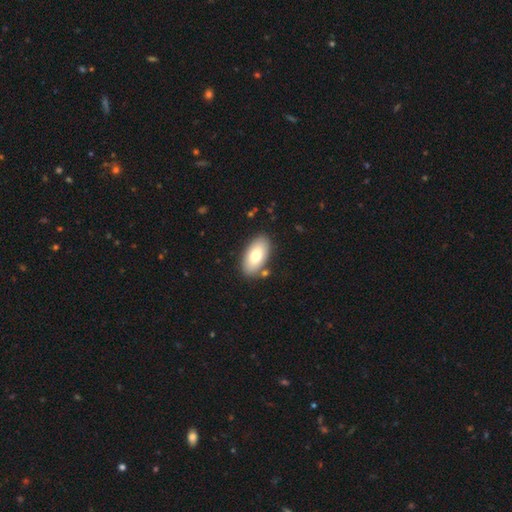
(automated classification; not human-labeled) This appears to be a smooth galaxy with no disk features (77%) that is in between round and cigar-shaped (95%). Merging: none (84%).